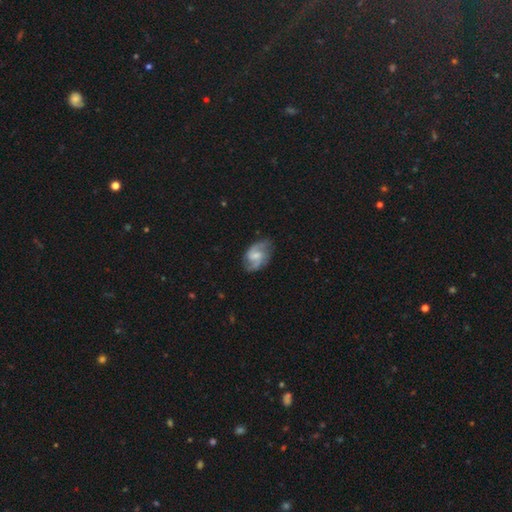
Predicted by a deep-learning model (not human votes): Morphology: type=featured or disk (73%); edge-on=no (97%); bar=weak (53%); spiral arms=yes (93%); winding=medium (50%); arm count=2 (83%); bulge=small (39%, tied with moderate); merging=none (74%).